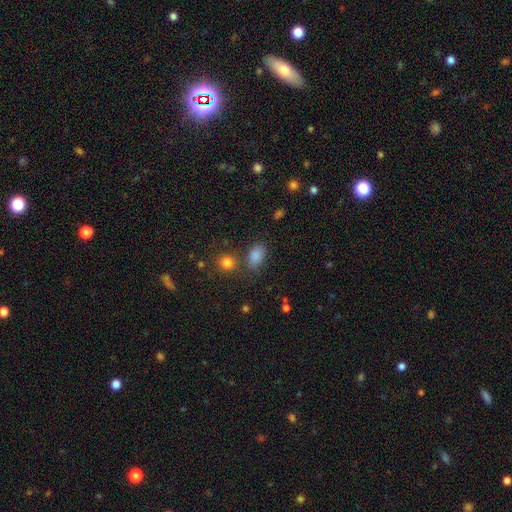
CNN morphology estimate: This appears to be a smooth galaxy with no disk features (84%) that is in between round and cigar-shaped (86%). Merging: none (70%).